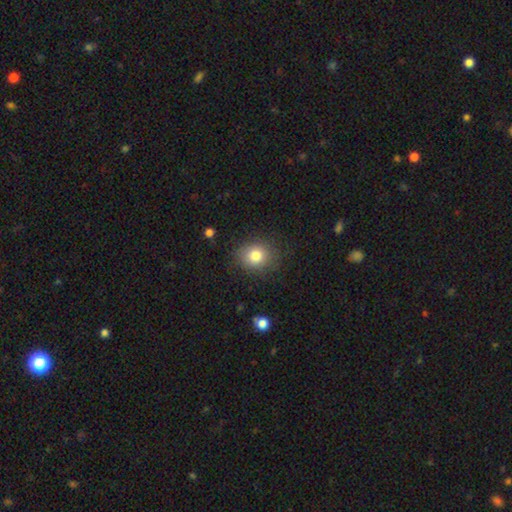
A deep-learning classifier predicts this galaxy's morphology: smooth 81%, star or artifact 11%, featured or disk 9%. Down the decision tree: how rounded — round (69%); merging — none (83%).